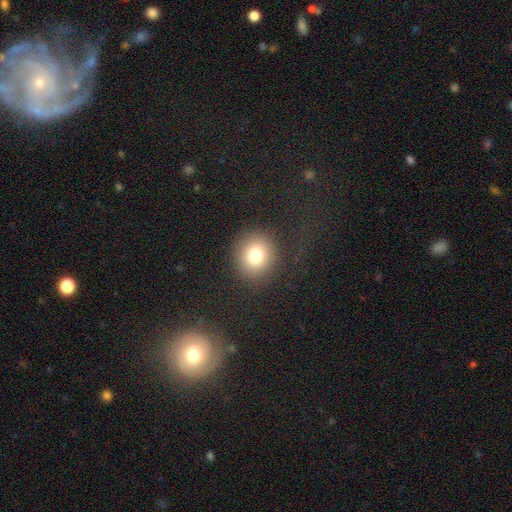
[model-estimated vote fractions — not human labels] The model was most divided on "smooth or featured": smooth: 78%, star or artifact: 13%, featured or disk: 9%. More confident: how rounded — round (88%); merging — none (85%).